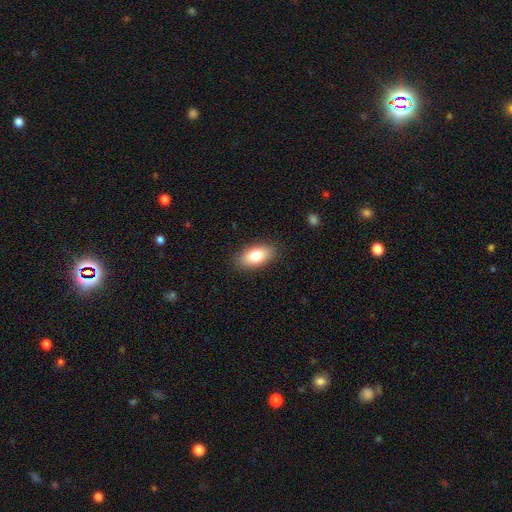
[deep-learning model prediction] Overall: smooth (80%). How rounded: in between (90%). Merging: none (87%).